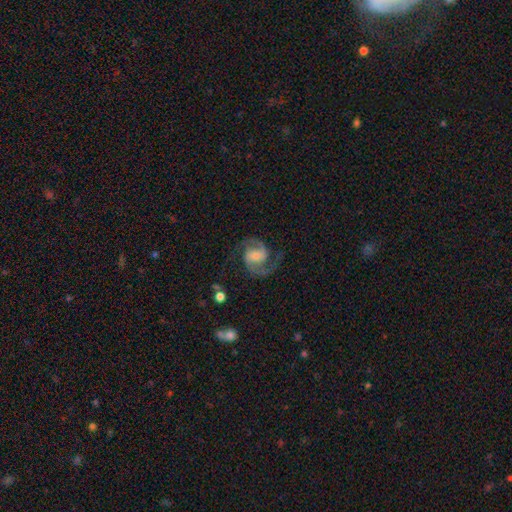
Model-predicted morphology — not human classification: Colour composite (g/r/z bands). It shows a featured or disk galaxy (90%) with a weak bar (43%), 2 (93%) medium (62%) spiral arms (98%) and a small central bulge (56%). Merging: none (76%).